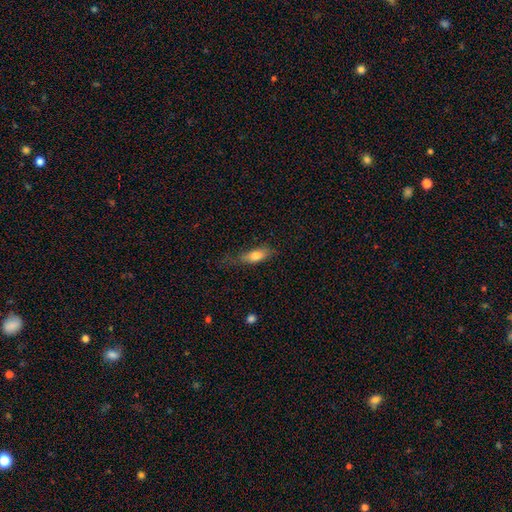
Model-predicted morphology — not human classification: This is likely a smooth galaxy (75%). How rounded: likely in between (69%). Merging: possibly none (52%).